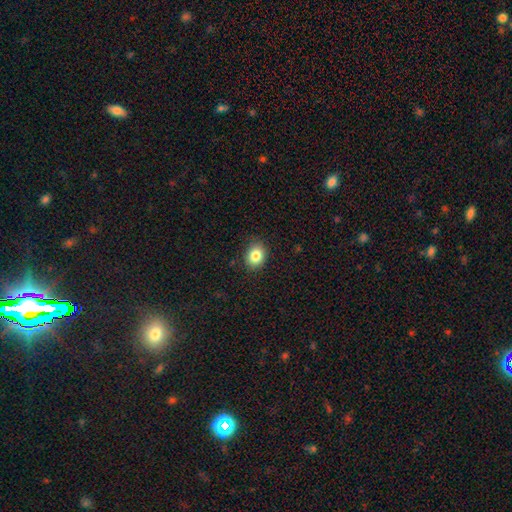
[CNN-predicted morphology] smooth 83%, star or artifact 10%, featured or disk 7%. Down the decision tree: how rounded — round (53%); merging — none (87%).